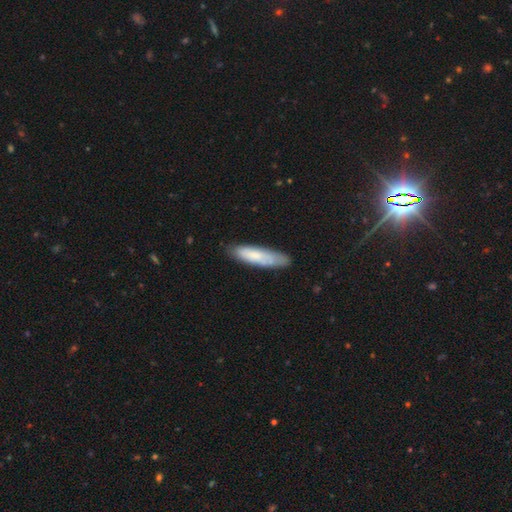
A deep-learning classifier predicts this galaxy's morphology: A smooth galaxy with no disk features (73%) that is cigar-shaped (68%). Merging: none (74%).